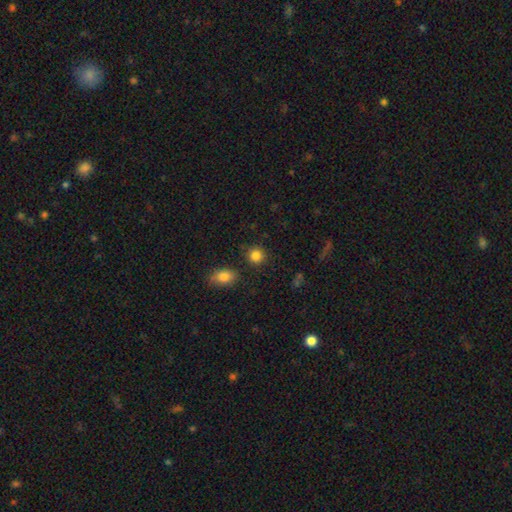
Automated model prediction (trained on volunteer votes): Morphology: type=smooth (86%); roundness=round (88%); merging=none (87%).